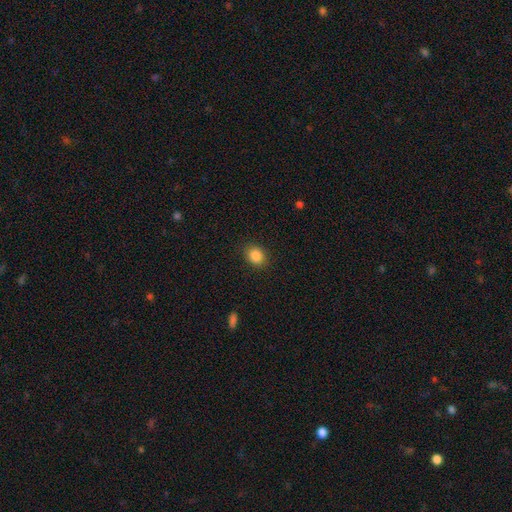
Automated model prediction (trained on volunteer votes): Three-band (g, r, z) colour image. It shows a smooth galaxy with no disk features (86%) that is round (50%). Merging: none (89%).